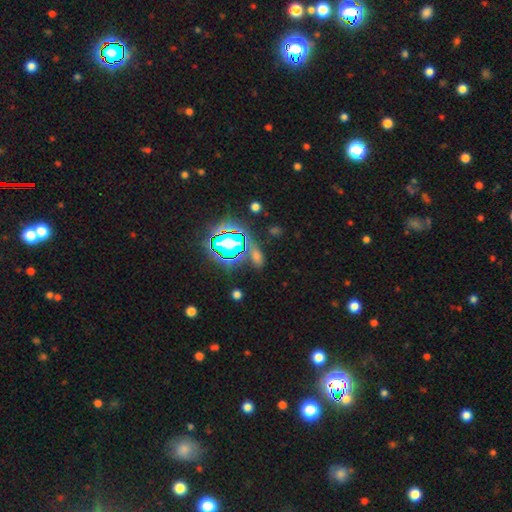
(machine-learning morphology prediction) star or artifact 45%, smooth 41%, featured or disk 13%.